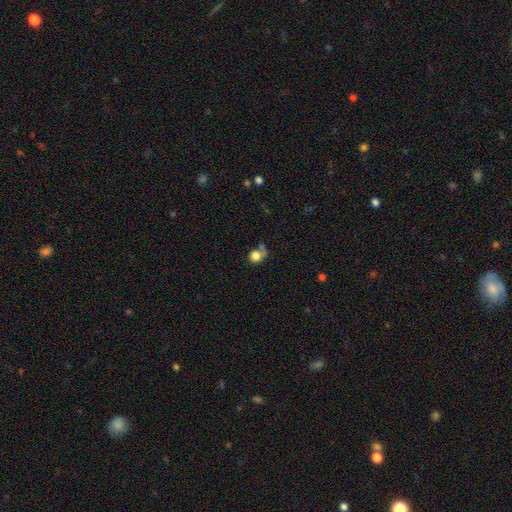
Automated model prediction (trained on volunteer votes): smooth_or_featured: smooth (p=0.78) [alt: featured or disk p=0.12]
how_rounded: round (p=0.74) [alt: in between p=0.25]
merging: none (p=0.40) [alt: minor disturbance p=0.21]